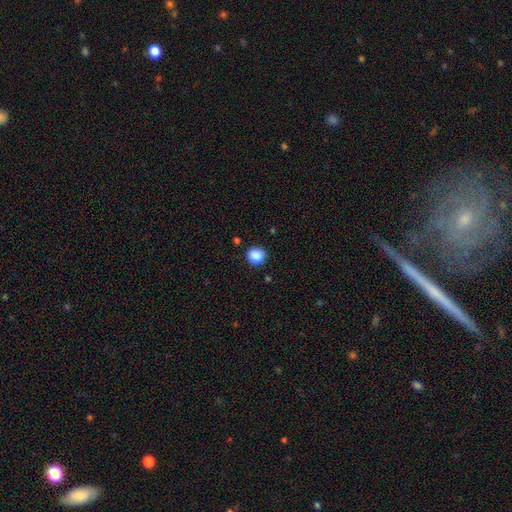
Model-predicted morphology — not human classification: smooth 88%, star or artifact 9%, featured or disk 3%. Down the decision tree: how rounded — round (89%); merging — none (86%).